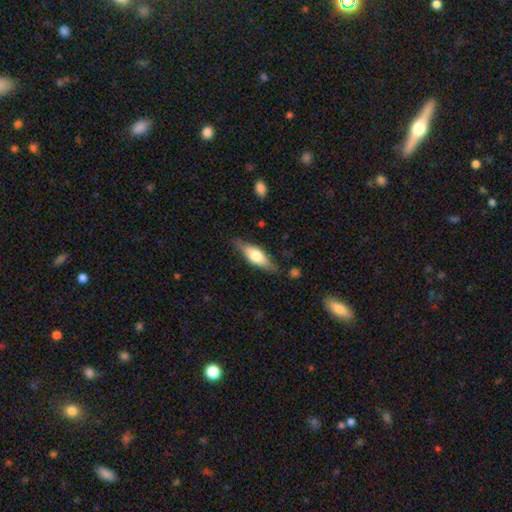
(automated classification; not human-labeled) smooth_or_featured: smooth (p=0.53) [alt: featured or disk p=0.41]
how_rounded: in between (p=0.58) [alt: cigar-shaped p=0.40]
merging: none (p=0.79) [alt: minor disturbance p=0.15]